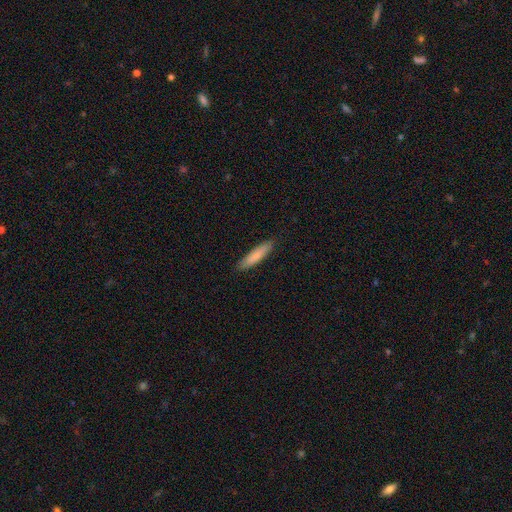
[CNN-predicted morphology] smooth 81%, featured or disk 13%, star or artifact 6%. Down the decision tree: how rounded — cigar-shaped (84%); merging — none (88%).